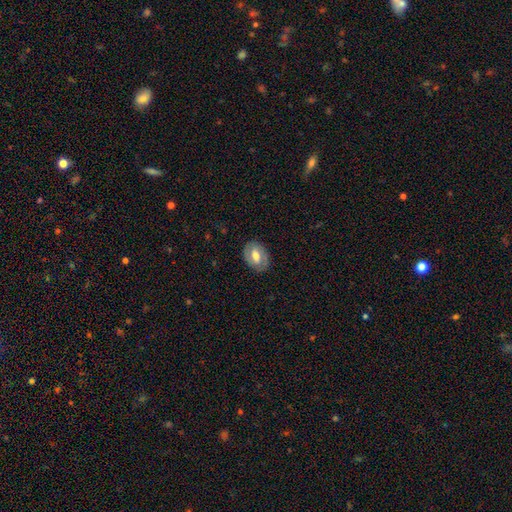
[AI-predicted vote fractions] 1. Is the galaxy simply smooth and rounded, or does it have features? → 52% smooth, 41% featured or disk, 7% star or artifact.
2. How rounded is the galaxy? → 78% in between, 20% round, 1% cigar-shaped.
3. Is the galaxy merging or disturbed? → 83% none, 12% minor disturbance, 4% major disturbance, 1% merger.